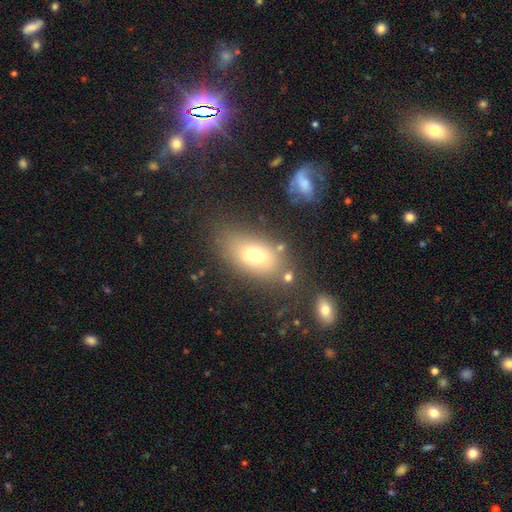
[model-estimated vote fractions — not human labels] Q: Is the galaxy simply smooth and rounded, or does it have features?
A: smooth — 69%.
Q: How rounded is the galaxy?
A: in between — 88%.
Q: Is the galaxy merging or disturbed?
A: none — 66%.